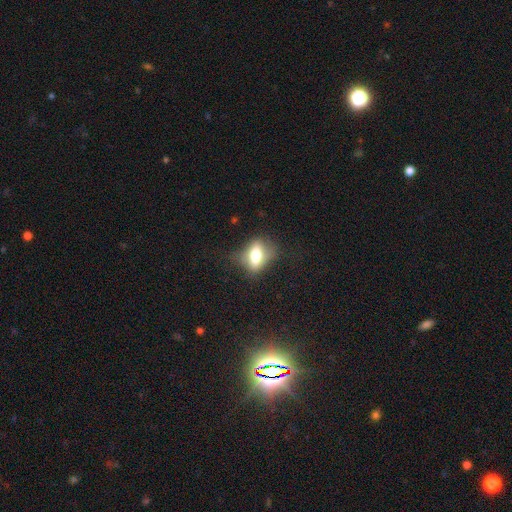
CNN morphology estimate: The model was most divided on "smooth or featured": smooth: 56%, featured or disk: 35%, star or artifact: 9%. More confident: how rounded — in between (74%); merging — none (62%).